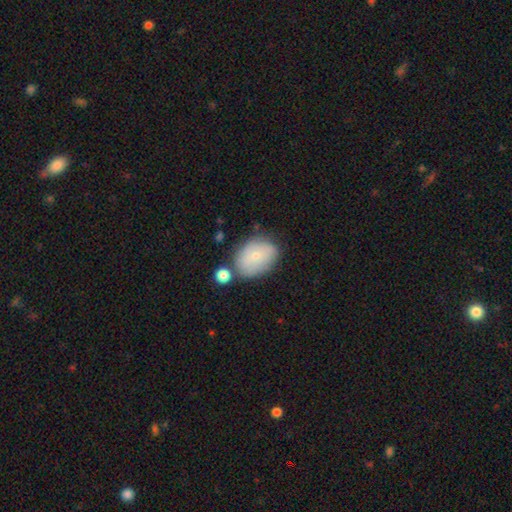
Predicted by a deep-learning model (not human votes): A smooth galaxy with no disk features (63%) that is in between round and cigar-shaped (70%).

Vote fractions:
- Smooth or featured? smooth: 63% / featured or disk: 30% / star or artifact: 8%
- How rounded? in between: 70% / round: 29% / cigar-shaped: 1%
- Merging? none: 63% / minor disturbance: 22% / merger: 10% / major disturbance: 6%